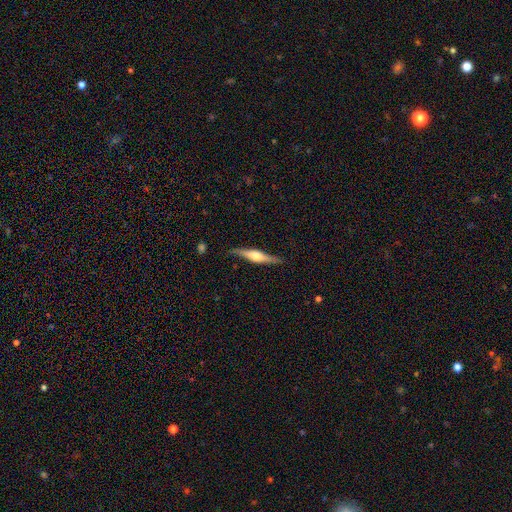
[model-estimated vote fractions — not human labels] Smooth or featured?
  - featured or disk: 70% *
  - smooth: 25%
  - star or artifact: 5%
Edge-on disk?
  - yes: 96% *
  - no: 4%
Edge-on bulge?
  - rounded: 83% *
  - boxy: 13%
  - none: 4%
Merging?
  - none: 85% *
  - minor disturbance: 11%
  - major disturbance: 2%
  - merger: 1%